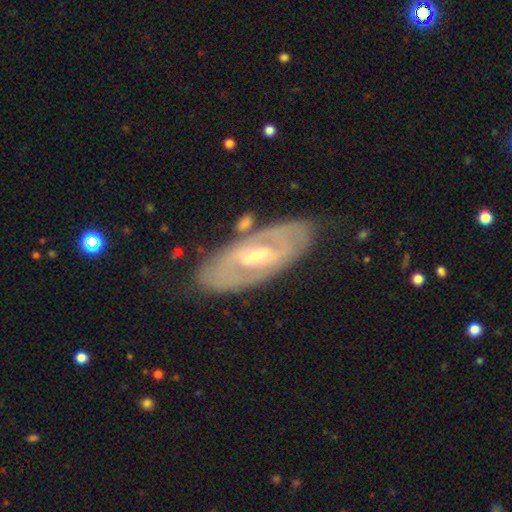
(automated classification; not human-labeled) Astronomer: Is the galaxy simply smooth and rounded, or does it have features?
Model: featured or disk — 78%.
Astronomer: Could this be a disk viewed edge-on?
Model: no — 87%.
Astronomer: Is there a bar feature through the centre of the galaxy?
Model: weak — 45% (runner-up: strong, 29%).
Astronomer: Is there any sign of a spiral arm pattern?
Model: yes — 65%.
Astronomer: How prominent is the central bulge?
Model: moderate — 53% (runner-up: small, 40%).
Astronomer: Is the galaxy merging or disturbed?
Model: none — 77%.